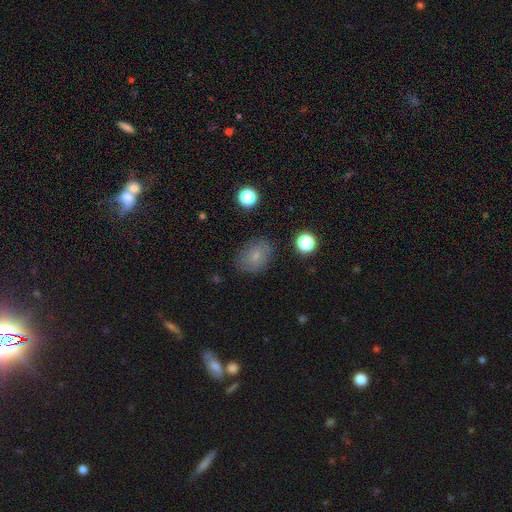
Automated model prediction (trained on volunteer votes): The model was most divided on "how rounded": in between: 72%, round: 27%, cigar-shaped: 1%. More confident: merging — none (80%); smooth or featured — smooth (74%).